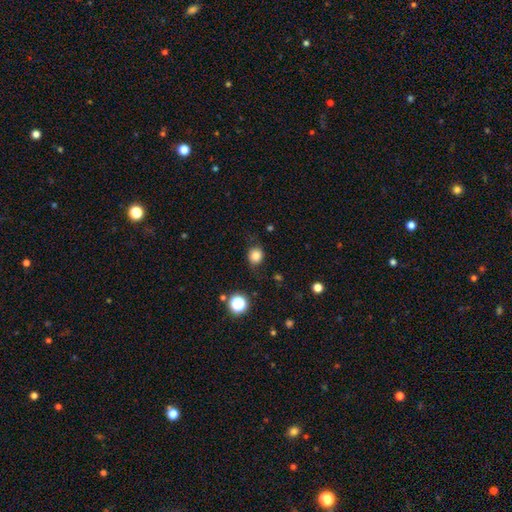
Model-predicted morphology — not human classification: A smooth galaxy with no disk features (82%) that is round (75%). Merging: none (78%).